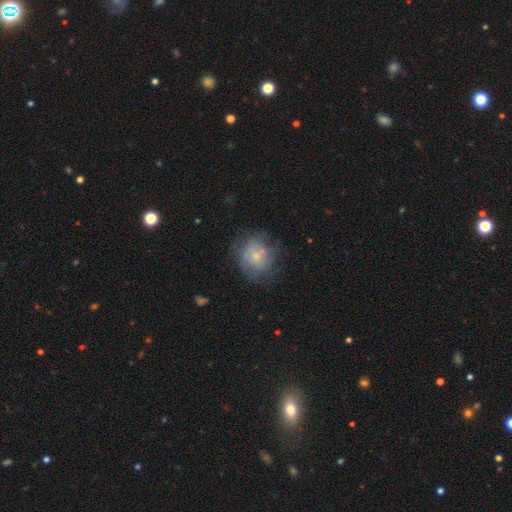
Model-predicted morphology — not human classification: A smooth galaxy with no disk features (57%) that is round (75%). Merging: none (59%).